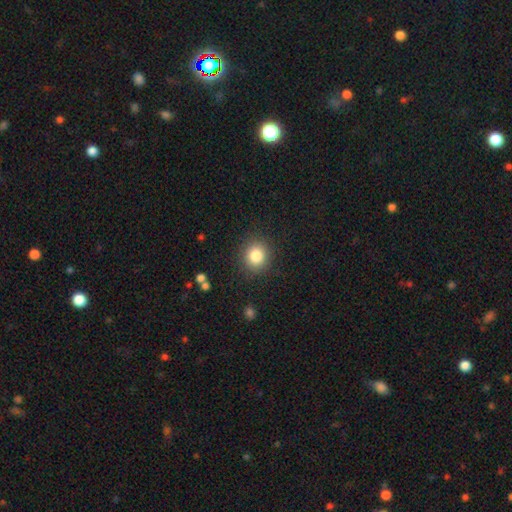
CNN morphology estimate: The model was most divided on "how rounded": round: 84%, in between: 16%, cigar-shaped: 1%. More confident: merging — none (88%); smooth or featured — smooth (83%).